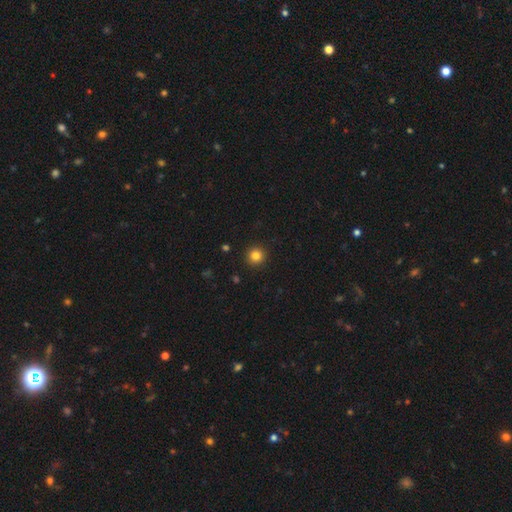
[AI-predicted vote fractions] Smooth or featured: smooth — 83% (star or artifact — 12%)
How rounded: round — 95% (in between — 4%)
Merging: none — 93% (minor disturbance — 4%)